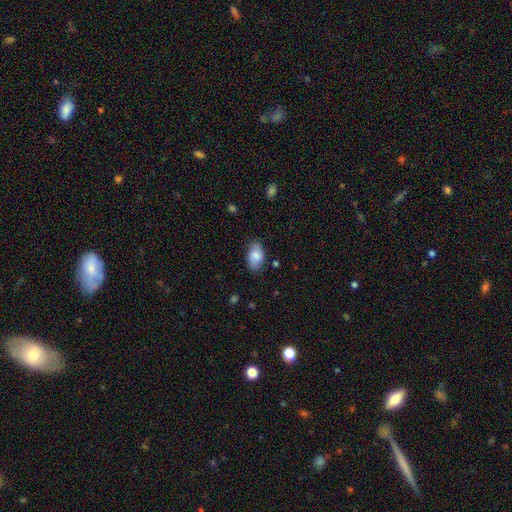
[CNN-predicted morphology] This is likely a smooth galaxy (80%). How rounded: clearly in between (93%). Merging: likely none (77%).